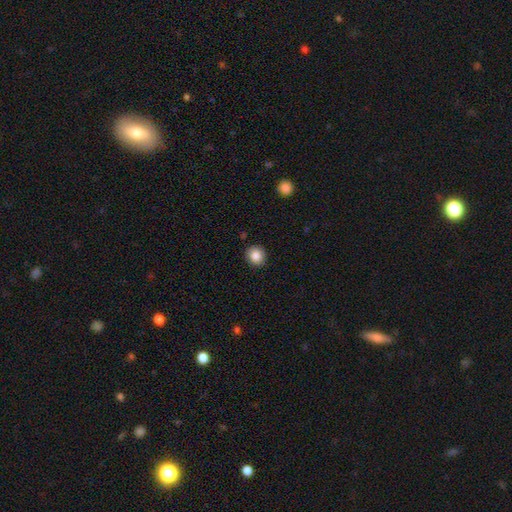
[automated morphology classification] Overall: smooth (87%). How rounded: round (87%). Merging: none (89%).